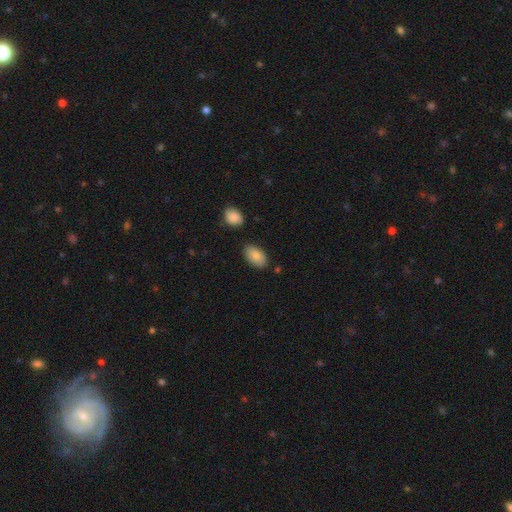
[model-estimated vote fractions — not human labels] smooth 85%, featured or disk 8%, star or artifact 7%. Down the decision tree: how rounded — in between (94%); merging — none (81%).